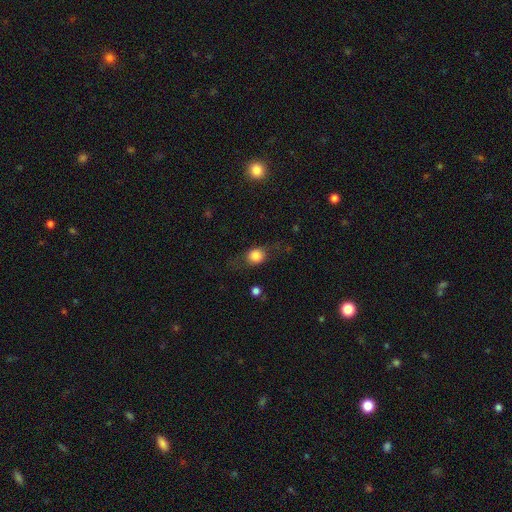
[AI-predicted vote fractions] Overall: smooth (71%). How rounded: round (64%; in between 33%). Merging: none (66%).